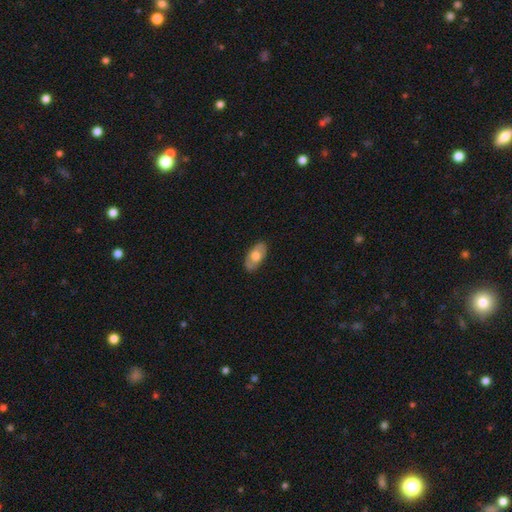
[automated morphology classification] Smooth or featured? Predicted: smooth (p=0.58). How rounded? Predicted: in between (p=0.91). Merging? Predicted: none (p=0.85).